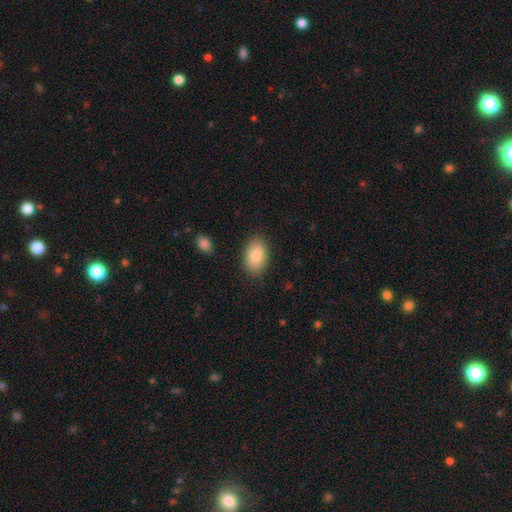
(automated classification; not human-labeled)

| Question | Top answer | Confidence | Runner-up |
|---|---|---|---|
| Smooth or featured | smooth | 83% | featured or disk (10%) |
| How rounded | in between | 90% | round (8%) |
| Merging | none | 86% | minor disturbance (10%) |